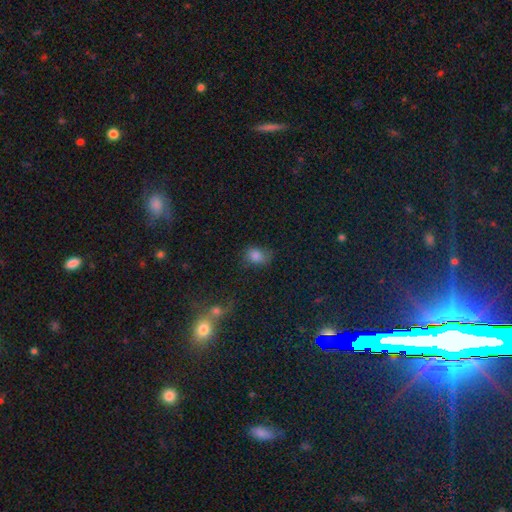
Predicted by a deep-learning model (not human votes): This is likely a smooth galaxy (79%). How rounded: likely in between (61%). Merging: possibly none (58%).